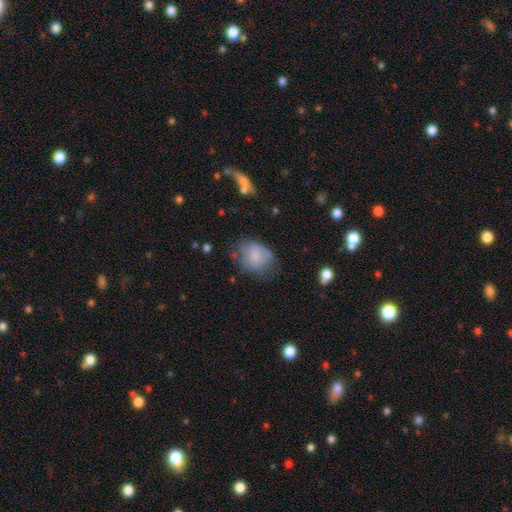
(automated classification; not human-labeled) smooth_or_featured: smooth (p=0.71) [alt: featured or disk p=0.21]
how_rounded: in between (p=0.53) [alt: round p=0.46]
merging: none (p=0.52) [alt: minor disturbance p=0.30]